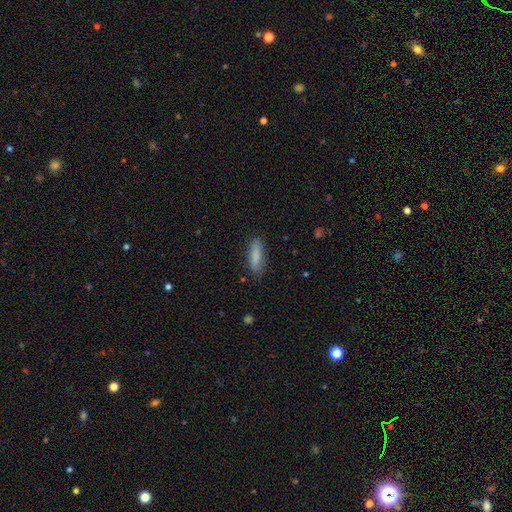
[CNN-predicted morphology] A smooth galaxy with no disk features (84%) that is cigar-shaped (67%).

Vote fractions:
- Smooth or featured? smooth: 84% / featured or disk: 10% / star or artifact: 6%
- How rounded? cigar-shaped: 67% / in between: 31% / round: 2%
- Merging? none: 83% / minor disturbance: 13% / major disturbance: 3% / merger: 1%